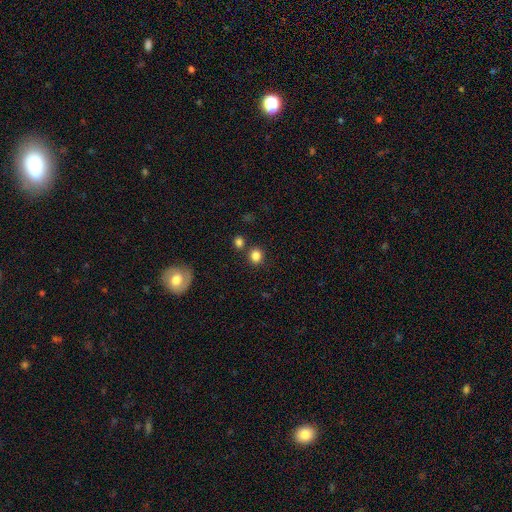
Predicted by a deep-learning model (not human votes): smooth 84%, star or artifact 12%, featured or disk 5%. Down the decision tree: how rounded — round (74%); merging — none (76%).